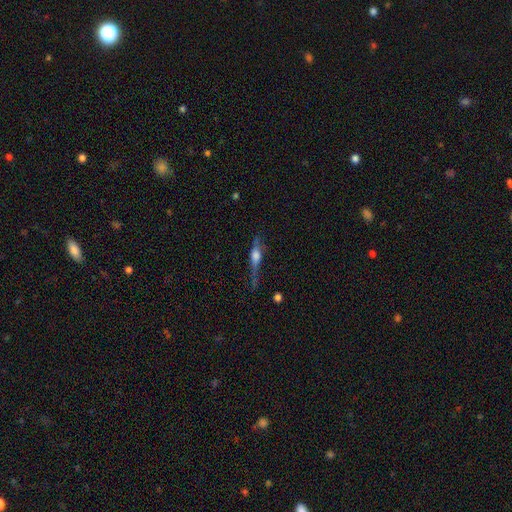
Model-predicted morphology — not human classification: smooth_or_featured: featured or disk (p=0.55) [alt: smooth p=0.36]
disk_edge_on: yes (p=0.89) [alt: no p=0.11]
merging: none (p=0.51) [alt: minor disturbance p=0.27]